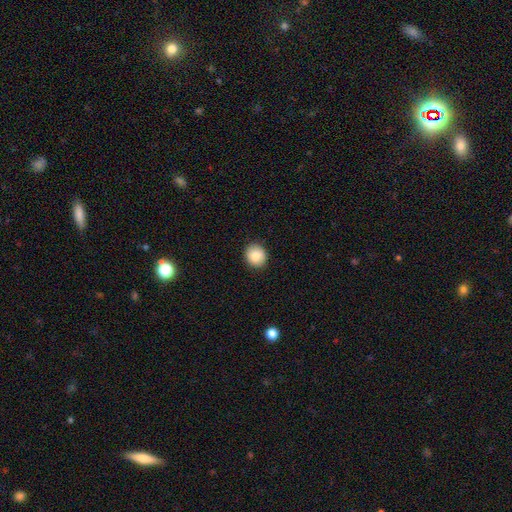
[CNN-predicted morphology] A smooth galaxy with no disk features (87%) that is round (76%). Merging: none (90%).